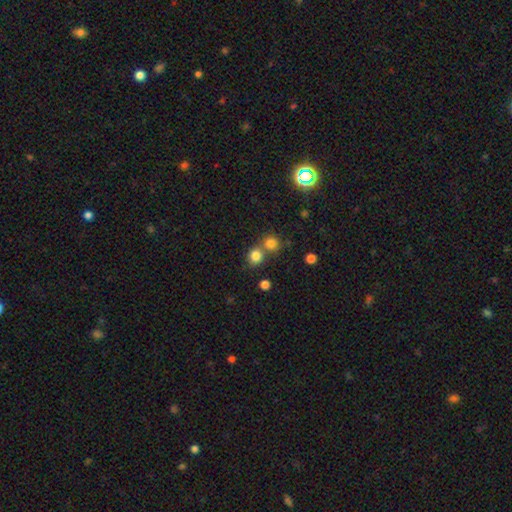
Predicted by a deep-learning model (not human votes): Q: Smooth or featured?
A: smooth (81%); runner-up: star or artifact (13%)
Q: How rounded?
A: round (81%); runner-up: in between (18%)
Q: Merging?
A: none (56%); runner-up: merger (34%)